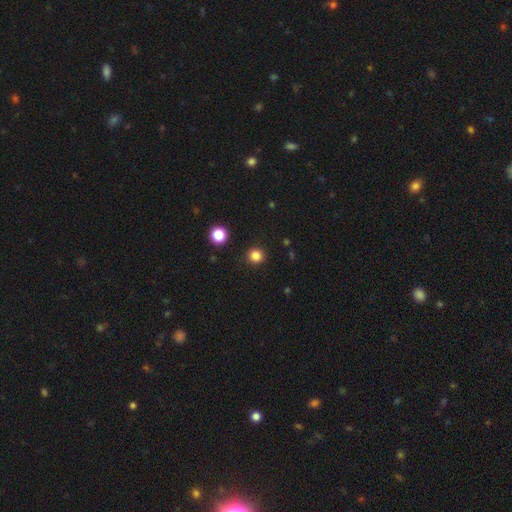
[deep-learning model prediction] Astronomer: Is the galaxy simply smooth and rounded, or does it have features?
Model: smooth — 82%.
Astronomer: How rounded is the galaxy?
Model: round — 94%.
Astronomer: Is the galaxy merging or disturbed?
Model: none — 91%.